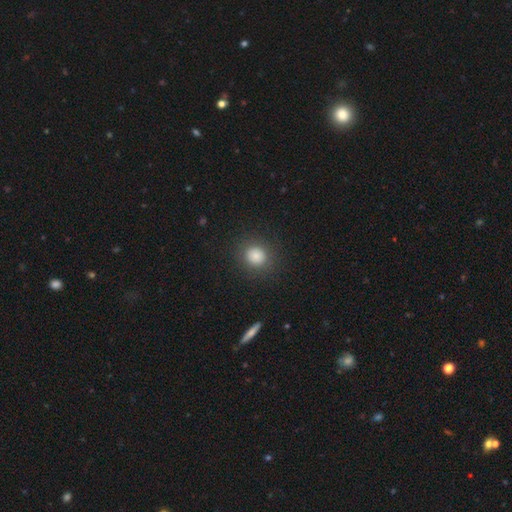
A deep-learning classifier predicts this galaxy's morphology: smooth 82%, star or artifact 11%, featured or disk 6%. Down the decision tree: how rounded — round (81%); merging — none (87%).